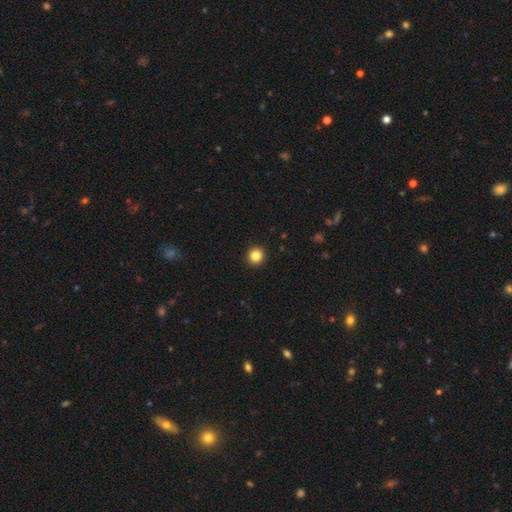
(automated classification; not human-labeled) This appears to be a smooth galaxy with no disk features (84%) that is round (93%). Merging: none (94%).